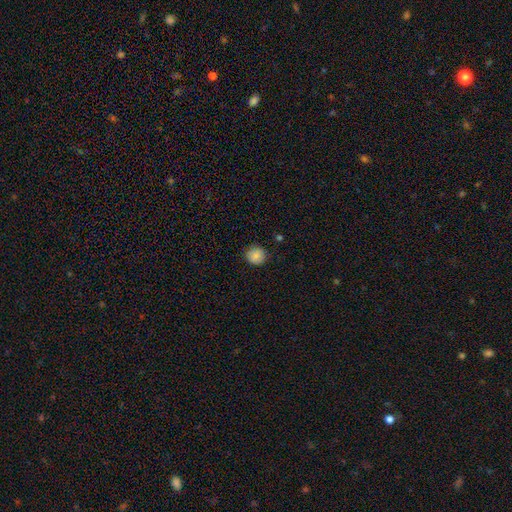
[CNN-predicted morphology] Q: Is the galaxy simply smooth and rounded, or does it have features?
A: smooth — 86%.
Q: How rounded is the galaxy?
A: round — 92%.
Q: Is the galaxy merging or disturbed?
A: none — 87%.